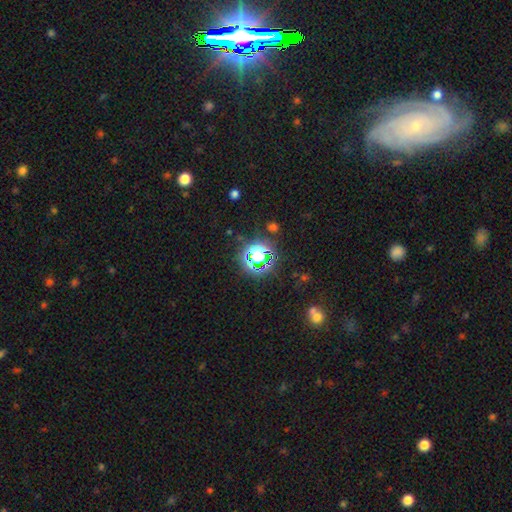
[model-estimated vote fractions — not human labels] star or artifact 70%, smooth 21%, featured or disk 9%.